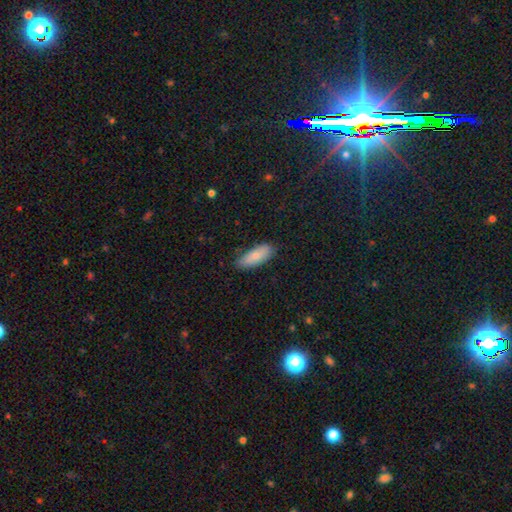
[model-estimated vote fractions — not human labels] smooth 80%, featured or disk 14%, star or artifact 6%. Down the decision tree: how rounded — in between (72%); merging — none (79%).